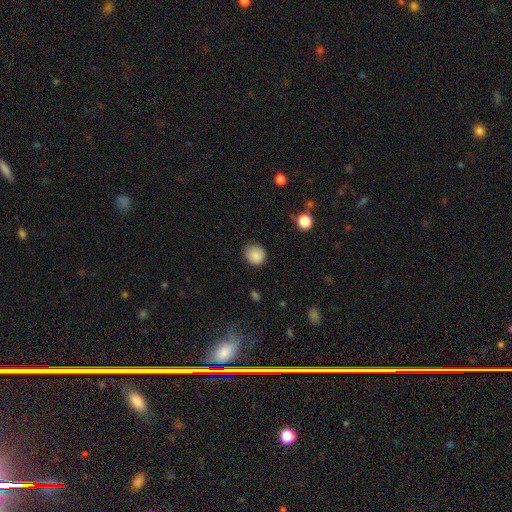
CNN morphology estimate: A smooth galaxy with no disk features (87%) that is round (87%).

Vote fractions:
- Smooth or featured? smooth: 87% / star or artifact: 9% / featured or disk: 4%
- How rounded? round: 87% / in between: 12% / cigar-shaped: 1%
- Merging? none: 80% / minor disturbance: 16% / major disturbance: 3% / merger: 1%